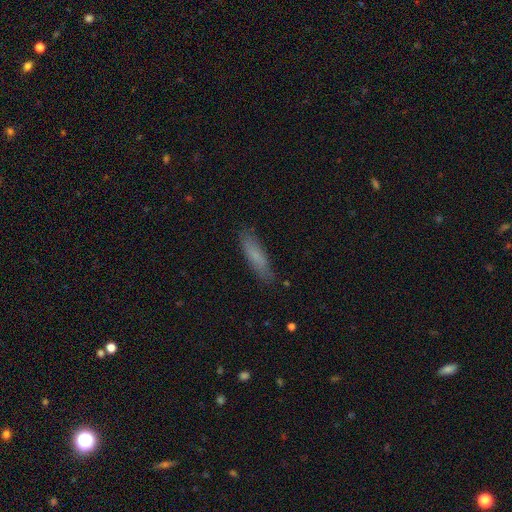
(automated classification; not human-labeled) Smooth or featured: smooth — 77% (featured or disk — 17%)
How rounded: cigar-shaped — 75% (in between — 24%)
Merging: none — 84% (minor disturbance — 13%)